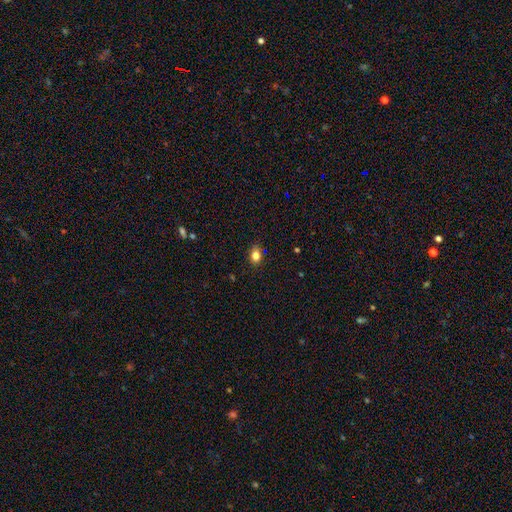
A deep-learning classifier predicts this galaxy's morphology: Smooth or featured: smooth — 82% (star or artifact — 11%)
How rounded: in between — 65% (round — 34%)
Merging: none — 85% (minor disturbance — 11%)